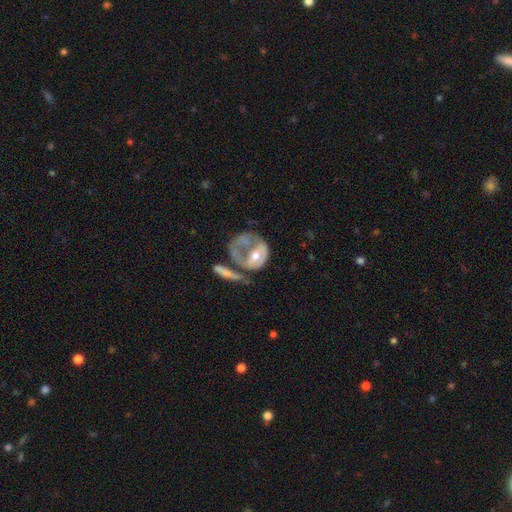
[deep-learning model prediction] smooth_or_featured: featured or disk (p=0.54) [alt: smooth p=0.40]
disk_edge_on: no (p=0.95) [alt: yes p=0.05]
bar: no (p=0.76) [alt: weak p=0.18]
has_spiral_arms: no (p=0.73) [alt: yes p=0.27]
bulge_size: moderate (p=0.62) [alt: small p=0.25]
merging: major disturbance (p=0.43) [alt: merger p=0.29]